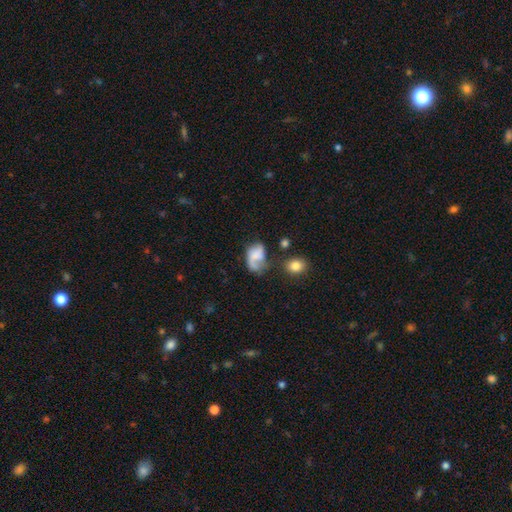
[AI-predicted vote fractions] smooth_or_featured: smooth (p=0.50) [alt: featured or disk p=0.40]
merging: major disturbance (p=0.34) [alt: none p=0.28]